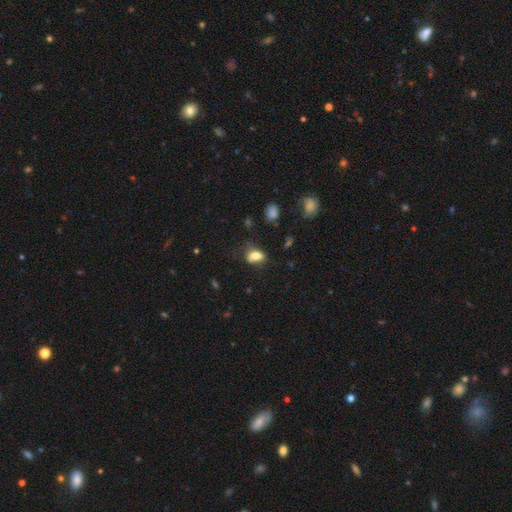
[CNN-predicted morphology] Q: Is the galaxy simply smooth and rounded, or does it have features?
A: smooth — 73%.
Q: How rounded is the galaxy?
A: in between — 75%.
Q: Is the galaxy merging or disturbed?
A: none — 42%.